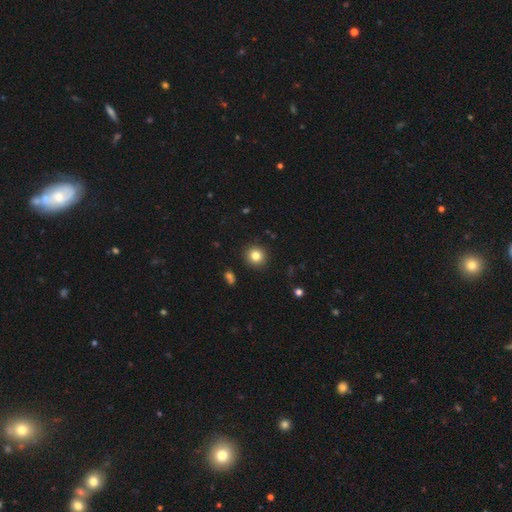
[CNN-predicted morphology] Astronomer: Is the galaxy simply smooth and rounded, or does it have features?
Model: smooth — 82%.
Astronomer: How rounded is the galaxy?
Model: round — 92%.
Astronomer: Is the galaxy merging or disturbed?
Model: none — 91%.